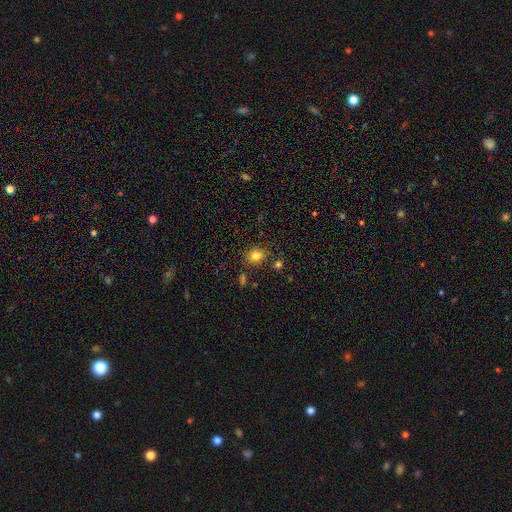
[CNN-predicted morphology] Smooth or featured?
  - smooth: 80% *
  - star or artifact: 13%
  - featured or disk: 7%
How rounded?
  - round: 75% *
  - in between: 24%
  - cigar-shaped: 1%
Merging?
  - none: 82% *
  - minor disturbance: 11%
  - merger: 4%
  - major disturbance: 3%